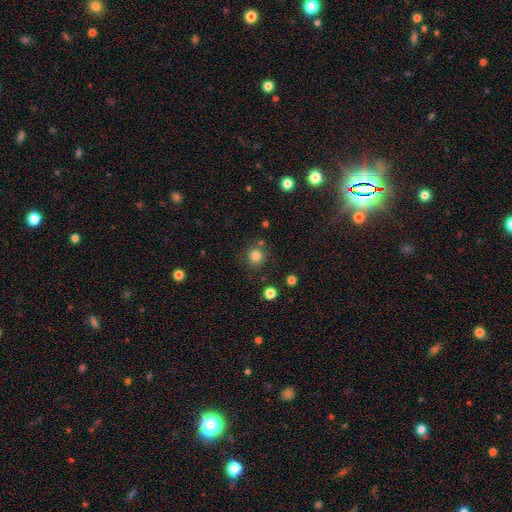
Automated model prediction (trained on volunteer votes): Smooth or featured?
  - smooth: 81% *
  - star or artifact: 13%
  - featured or disk: 6%
How rounded?
  - round: 92% *
  - in between: 7%
  - cigar-shaped: 1%
Merging?
  - none: 80% *
  - minor disturbance: 10%
  - merger: 6%
  - major disturbance: 4%